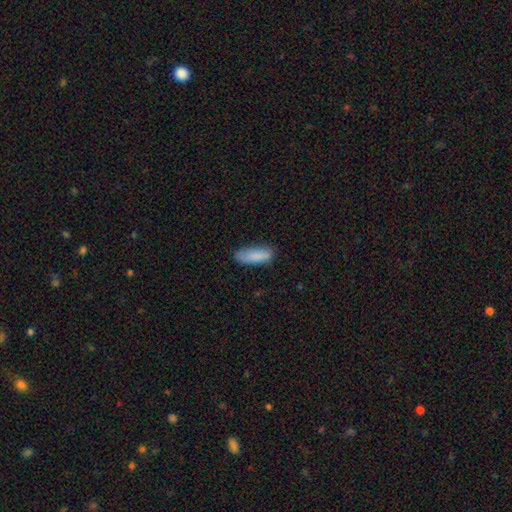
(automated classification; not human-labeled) This is clearly a smooth galaxy (86%). How rounded: possibly in between (60%). Merging: likely none (73%).